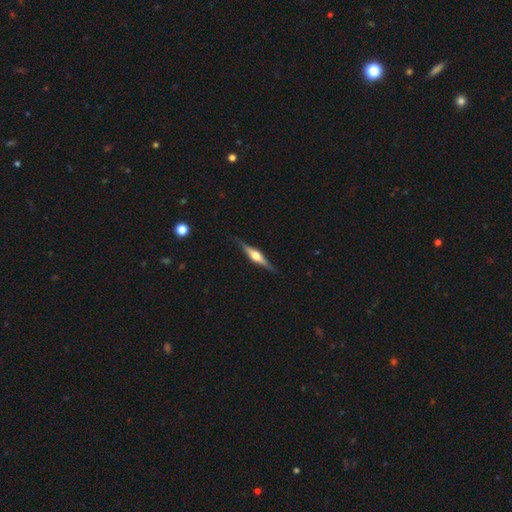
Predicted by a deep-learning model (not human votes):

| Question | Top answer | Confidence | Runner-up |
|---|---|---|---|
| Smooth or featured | featured or disk | 75% | smooth (20%) |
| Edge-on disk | yes | 97% | no (3%) |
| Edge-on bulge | rounded | 92% | boxy (6%) |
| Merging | none | 87% | minor disturbance (10%) |